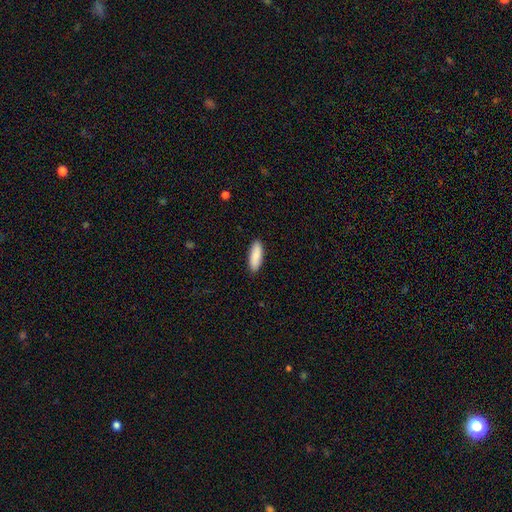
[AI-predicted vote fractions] smooth 89%, star or artifact 5%, featured or disk 5%. Down the decision tree: how rounded — in between (62%); merging — none (90%).